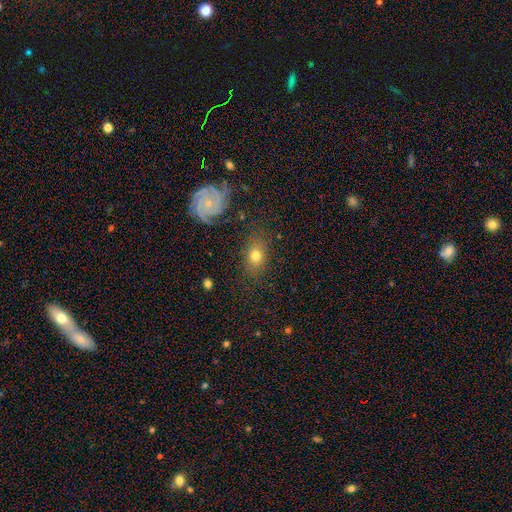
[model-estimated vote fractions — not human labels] Smooth or featured? Predicted: smooth (p=0.64). How rounded? Predicted: in between (p=0.68). Merging? Predicted: none (p=0.81).